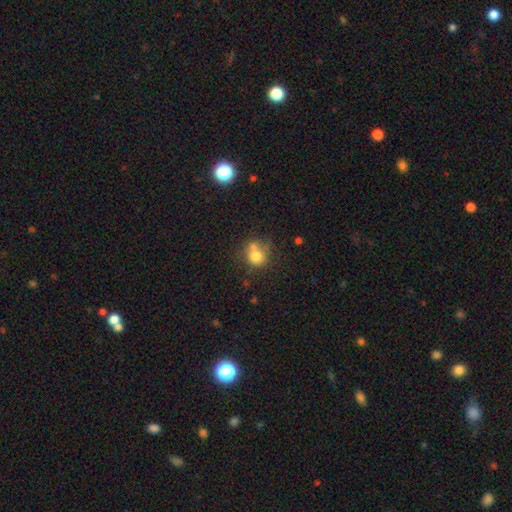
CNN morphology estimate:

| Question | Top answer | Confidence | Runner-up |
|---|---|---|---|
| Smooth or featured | smooth | 73% | featured or disk (15%) |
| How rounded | round | 82% | in between (17%) |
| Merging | none | 43% | merger (37%) |